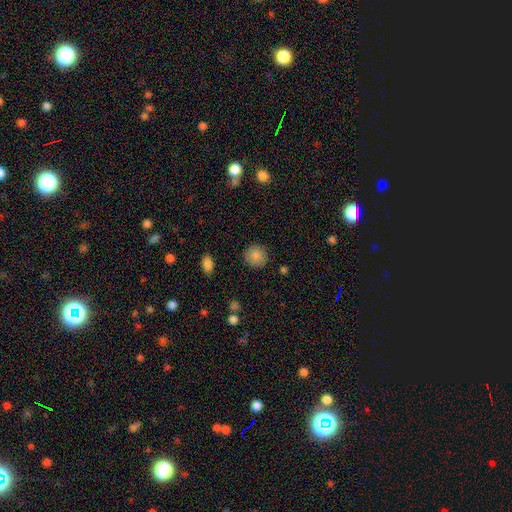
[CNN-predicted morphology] smooth-or-featured: smooth: 85% | star or artifact: 8% | featured or disk: 7%
  how-rounded: round: 91% | in between: 8% | cigar-shaped: 1%
  merging: none: 89% | minor disturbance: 8% | major disturbance: 2% | merger: 1%